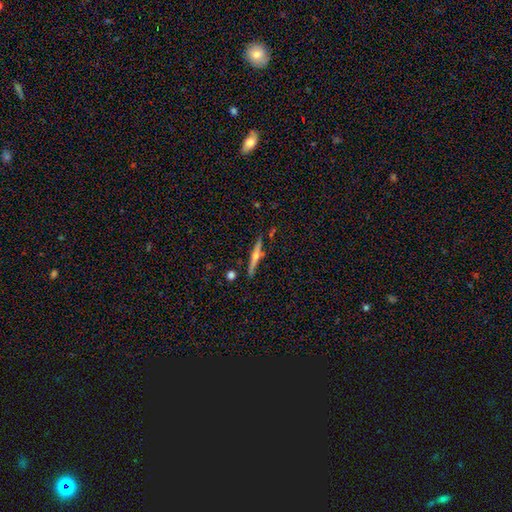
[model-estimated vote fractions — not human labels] featured or disk 68%, smooth 25%, star or artifact 7%. Down the decision tree: edge-on disk — yes (97%); edge-on bulge — rounded (89%); merging — none (84%).